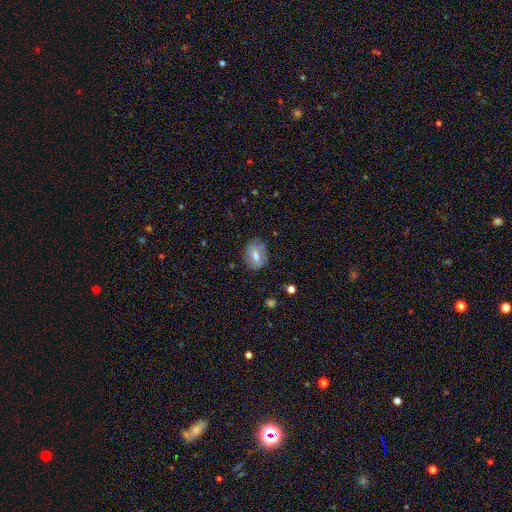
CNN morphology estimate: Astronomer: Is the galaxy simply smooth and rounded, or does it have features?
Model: smooth — 64%.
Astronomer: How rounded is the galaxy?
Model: in between — 62%.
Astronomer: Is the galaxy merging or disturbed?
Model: none — 75%.